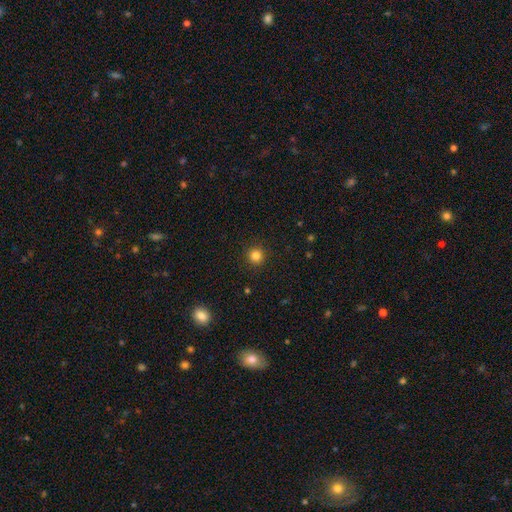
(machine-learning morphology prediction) Smooth or featured? smooth (84%)
How rounded? round (95%)
Merging? none (92%)